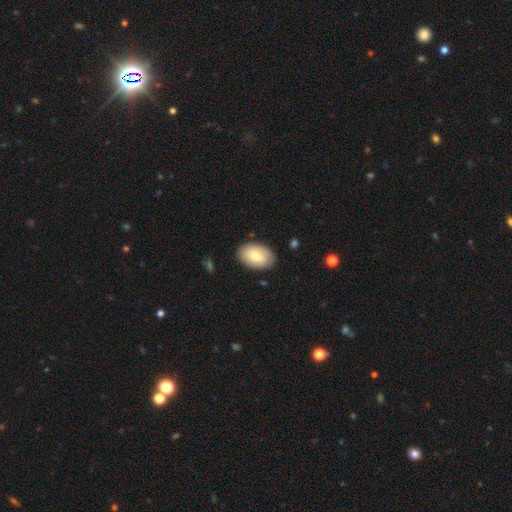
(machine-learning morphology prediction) A smooth galaxy with no disk features (77%) that is in between round and cigar-shaped (91%). Merging: none (85%).